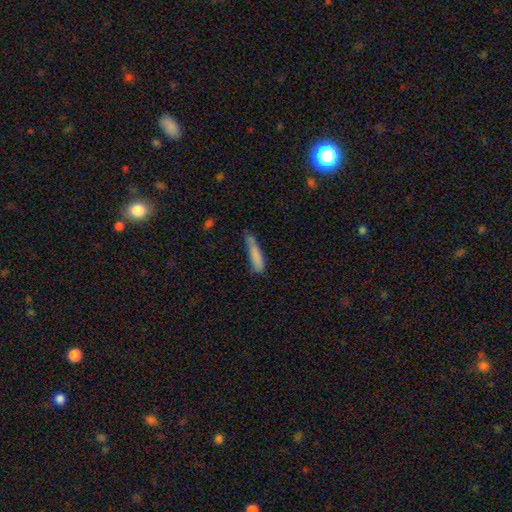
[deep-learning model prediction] This appears to be a smooth galaxy with no disk features (80%) that is cigar-shaped (82%). Merging: none (50%).